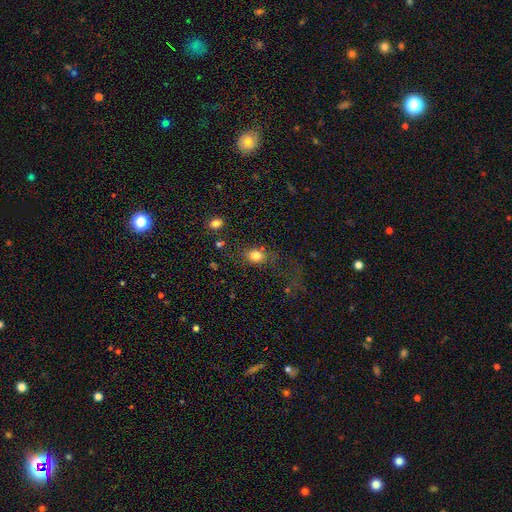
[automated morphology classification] type=smooth (79%); roundness=round (57%); merging=none (60%).